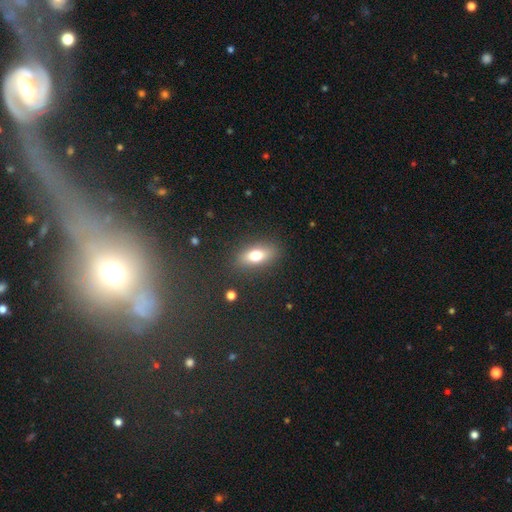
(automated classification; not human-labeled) The model was most divided on "smooth or featured": smooth: 75%, featured or disk: 16%, star or artifact: 9%. More confident: merging — none (84%); how rounded — in between (80%).